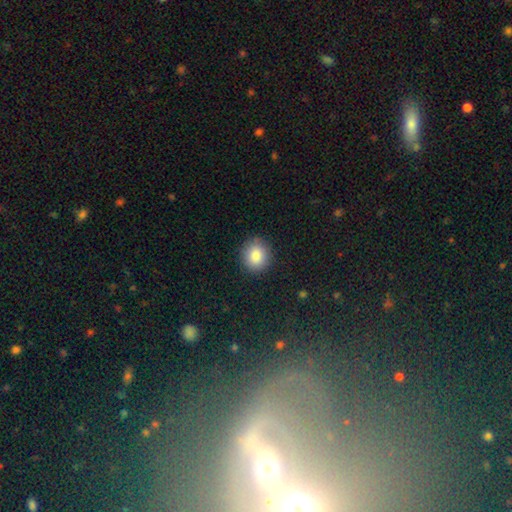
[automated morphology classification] Smooth or featured?
  - smooth: 86% *
  - star or artifact: 9%
  - featured or disk: 6%
How rounded?
  - round: 79% *
  - in between: 21%
  - cigar-shaped: 1%
Merging?
  - none: 88% *
  - minor disturbance: 9%
  - major disturbance: 3%
  - merger: 1%